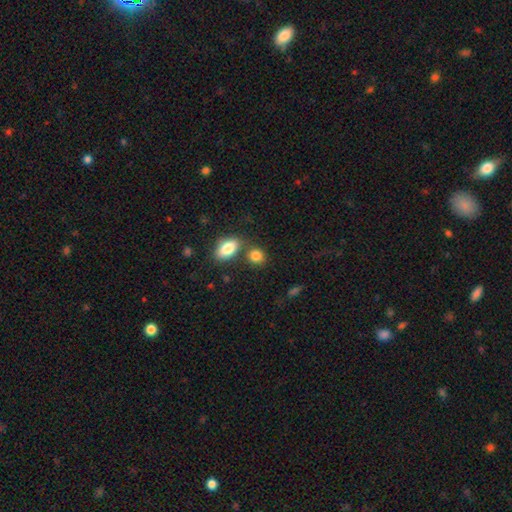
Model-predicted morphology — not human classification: smooth 85%, star or artifact 9%, featured or disk 6%. Down the decision tree: how rounded — round (54%); merging — none (59%).